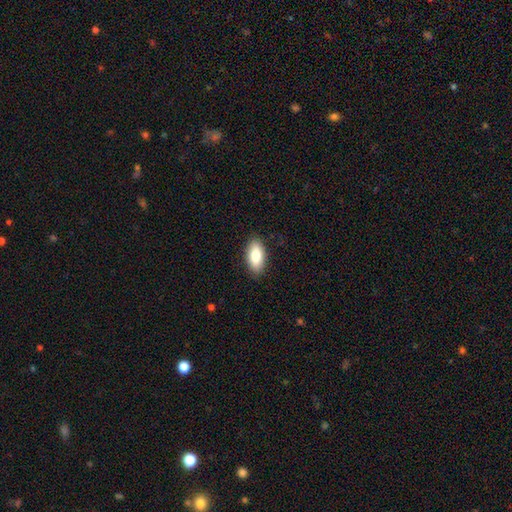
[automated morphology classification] smooth_or_featured: smooth (p=0.83) [alt: featured or disk p=0.11]
how_rounded: in between (p=0.90) [alt: cigar-shaped p=0.07]
merging: none (p=0.88) [alt: minor disturbance p=0.09]